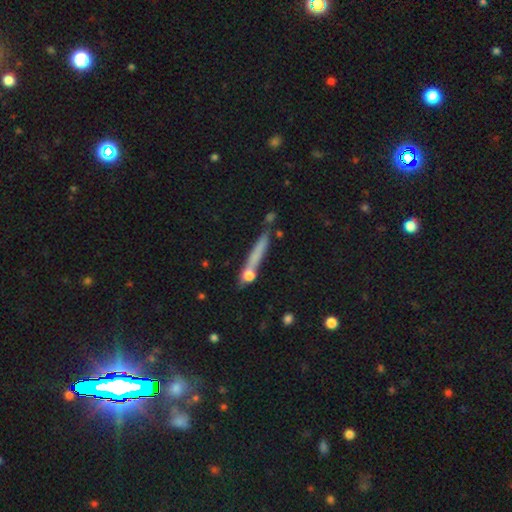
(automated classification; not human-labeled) The model was most divided on "smooth or featured": smooth: 55%, featured or disk: 34%, star or artifact: 11%. More confident: how rounded — cigar-shaped (92%); merging — none (72%).